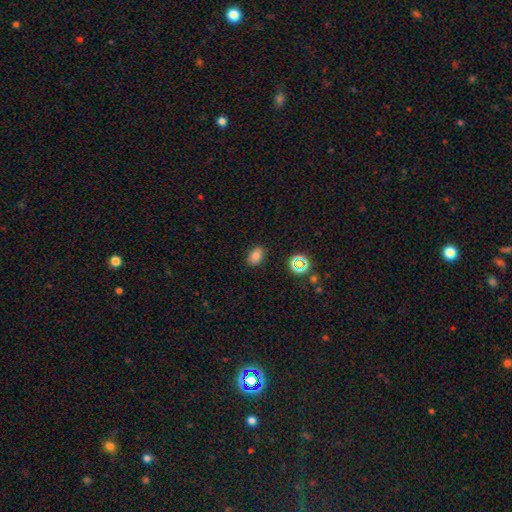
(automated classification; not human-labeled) A smooth galaxy with no disk features (77%) that is in between round and cigar-shaped (82%).

Vote fractions:
- Smooth or featured? smooth: 77% / star or artifact: 15% / featured or disk: 8%
- How rounded? in between: 82% / round: 17% / cigar-shaped: 1%
- Merging? none: 86% / minor disturbance: 10% / major disturbance: 3% / merger: 2%